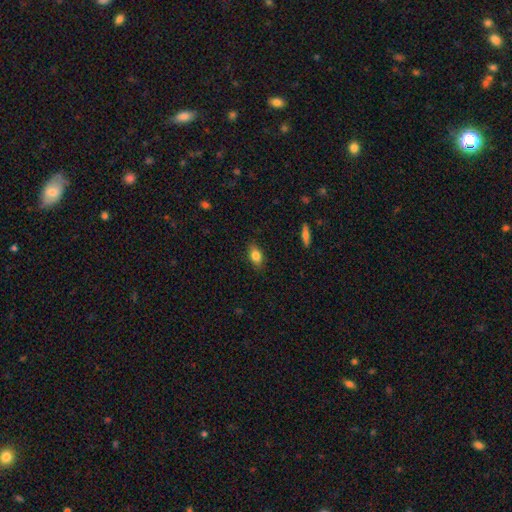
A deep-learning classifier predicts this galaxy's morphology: smooth-or-featured: smooth: 81% | featured or disk: 11% | star or artifact: 8%
  how-rounded: in between: 84% | round: 11% | cigar-shaped: 5%
  merging: none: 85% | minor disturbance: 11% | major disturbance: 2% | merger: 1%